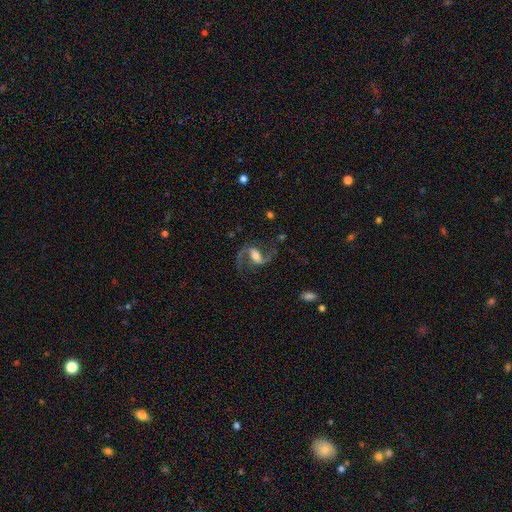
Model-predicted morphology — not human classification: Overall: featured or disk (88%). Edge-on disk: no (97%). Bar: weak (44%; strong 37%). Spiral arms: yes (97%). Spiral arm count: 2 (93%). Spiral winding: loose (54%; medium 40%). Bulge size: moderate (53%; small 25%). Merging: none (74%).